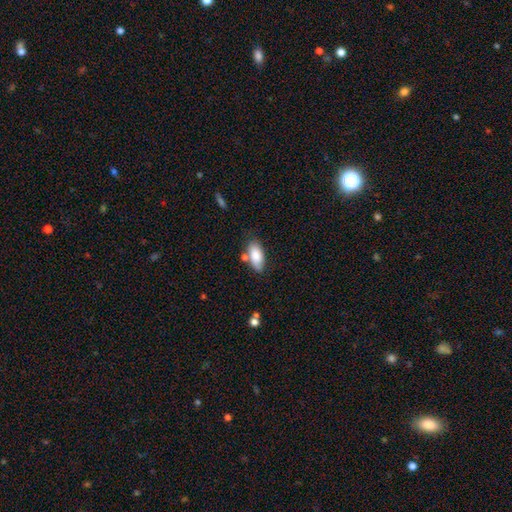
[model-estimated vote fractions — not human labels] Overall: smooth (82%). How rounded: in between (90%). Merging: none (64%).